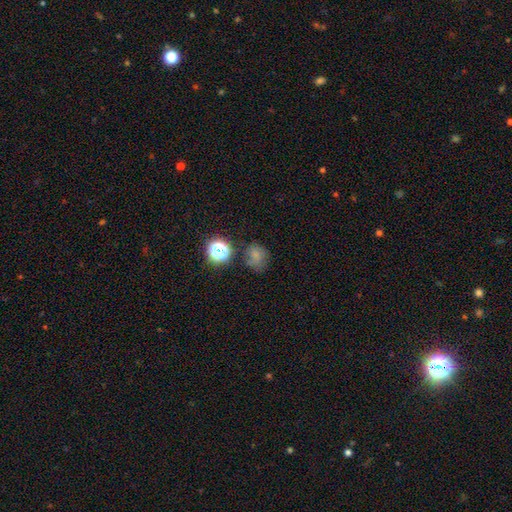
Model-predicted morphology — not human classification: Smooth or featured?
  - smooth: 65% *
  - star or artifact: 23%
  - featured or disk: 12%
How rounded?
  - round: 68% *
  - in between: 31%
  - cigar-shaped: 1%
Merging?
  - none: 59% *
  - minor disturbance: 23%
  - major disturbance: 10%
  - merger: 8%